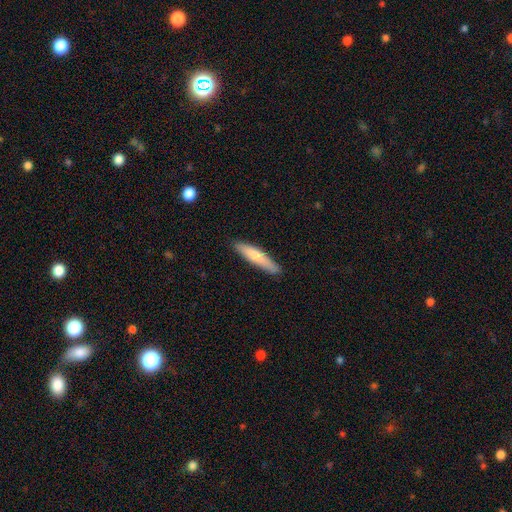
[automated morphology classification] A smooth galaxy with no disk features (76%) that is cigar-shaped (87%). Merging: none (88%).